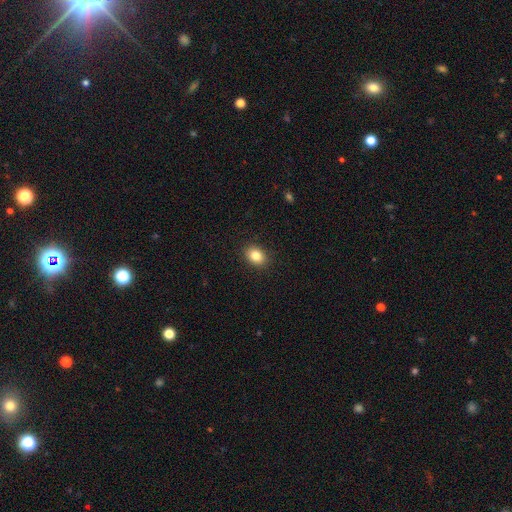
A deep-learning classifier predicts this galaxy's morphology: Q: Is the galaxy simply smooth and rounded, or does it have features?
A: smooth — 84%.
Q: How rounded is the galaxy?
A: in between — 66%.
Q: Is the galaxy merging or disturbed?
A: none — 90%.